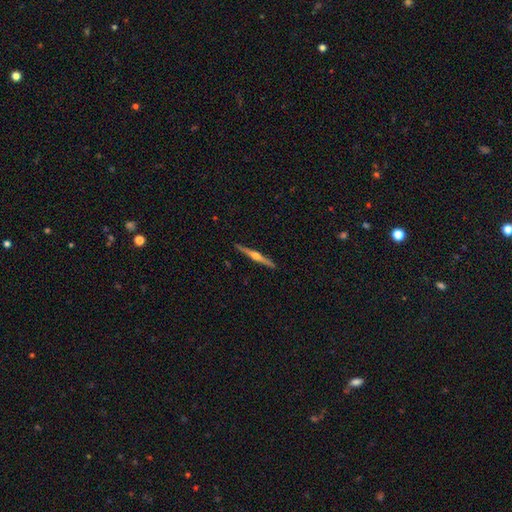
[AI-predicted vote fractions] This appears to be a featured or disk galaxy (76%) viewed edge-on (98%) with a rounded central bulge (91%). Merging: none (91%).